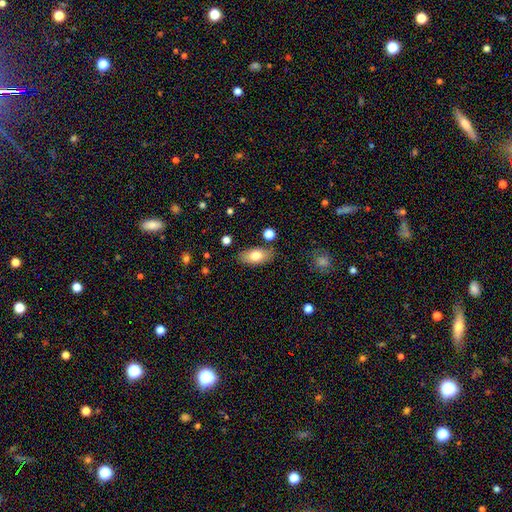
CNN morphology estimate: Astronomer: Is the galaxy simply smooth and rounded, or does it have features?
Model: smooth — 76%.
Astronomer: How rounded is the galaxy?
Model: in between — 90%.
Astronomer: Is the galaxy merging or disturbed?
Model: none — 81%.